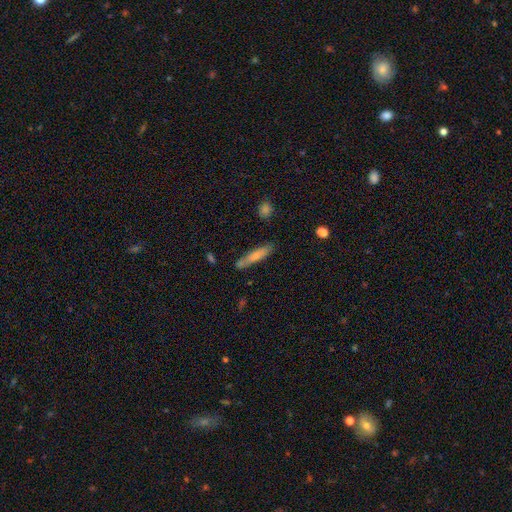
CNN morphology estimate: The model was most divided on "smooth or featured": smooth: 70%, featured or disk: 23%, star or artifact: 7%. More confident: how rounded — cigar-shaped (87%); merging — none (79%).